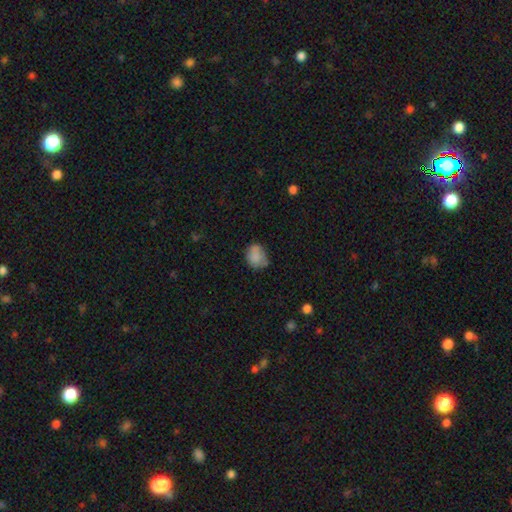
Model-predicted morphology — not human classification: This appears to be a smooth galaxy with no disk features (78%) that is round (54%). Merging: none (53%).